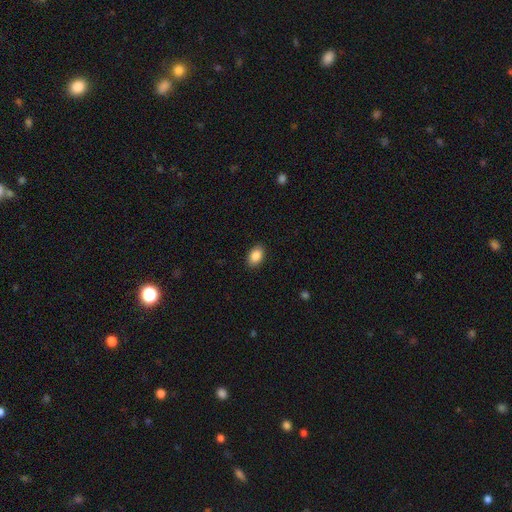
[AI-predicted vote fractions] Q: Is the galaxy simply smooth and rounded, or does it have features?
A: smooth — 88%.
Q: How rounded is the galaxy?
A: in between — 86%.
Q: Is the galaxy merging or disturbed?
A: none — 90%.